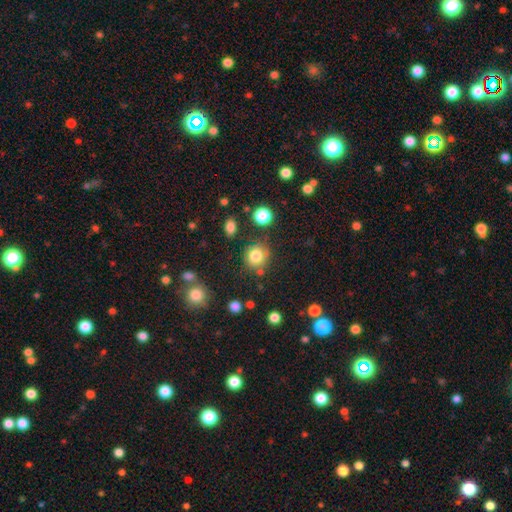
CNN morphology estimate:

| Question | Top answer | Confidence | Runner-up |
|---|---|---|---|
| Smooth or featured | smooth | 81% | star or artifact (12%) |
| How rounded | round | 87% | in between (12%) |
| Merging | none | 77% | minor disturbance (12%) |